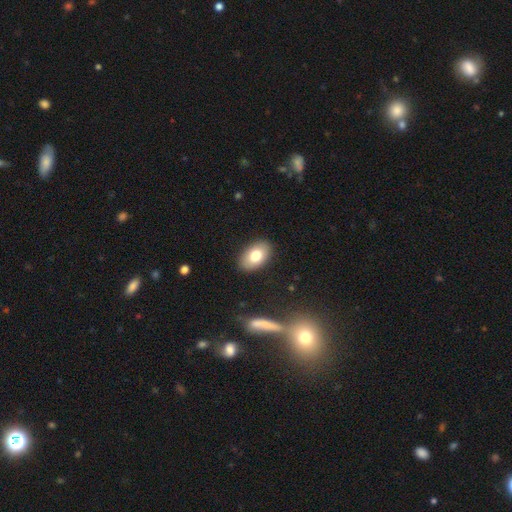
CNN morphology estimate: A smooth galaxy with no disk features (77%) that is in between round and cigar-shaped (89%).

Vote fractions:
- Smooth or featured? smooth: 77% / featured or disk: 15% / star or artifact: 8%
- How rounded? in between: 89% / round: 10% / cigar-shaped: 1%
- Merging? none: 88% / minor disturbance: 9% / major disturbance: 2% / merger: 1%